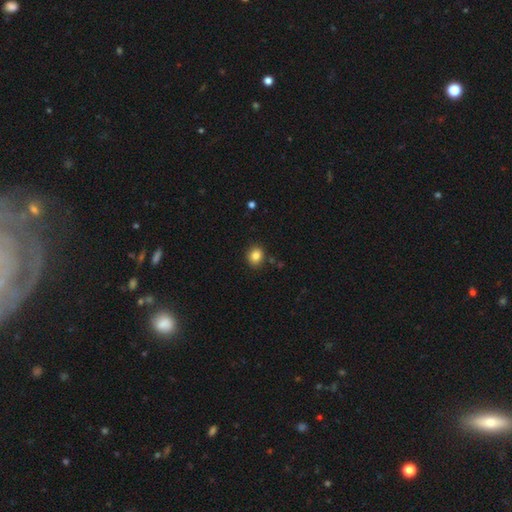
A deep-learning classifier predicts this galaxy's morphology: Smooth or featured? Predicted: smooth (p=0.84). How rounded? Predicted: round (p=0.65). Merging? Predicted: none (p=0.87).